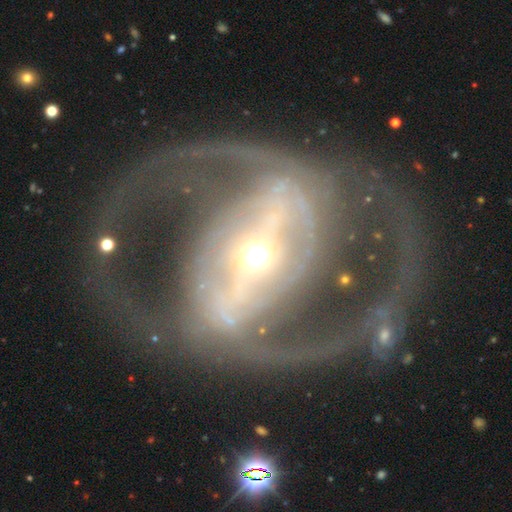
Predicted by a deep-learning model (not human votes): Smooth or featured?
  - featured or disk: 89% *
  - smooth: 6%
  - star or artifact: 5%
Edge-on disk?
  - no: 94% *
  - yes: 6%
Bar?
  - strong: 70% *
  - weak: 20%
  - no: 10%
Spiral arms?
  - yes: 81% *
  - no: 19%
Spiral winding?
  - medium: 49% *
  - tight: 27%
  - loose: 24%
Spiral arm count?
  - 2: 83% *
  - can't tell: 8%
  - 3: 3%
  - 1: 2%
  - 4: 2%
  - more than 4: 2%
Bulge size?
  - small: 46% *
  - moderate: 45%
  - large: 7%
  - dominant: 2%
  - none: 1%
Merging?
  - none: 67% *
  - major disturbance: 19%
  - minor disturbance: 12%
  - merger: 2%